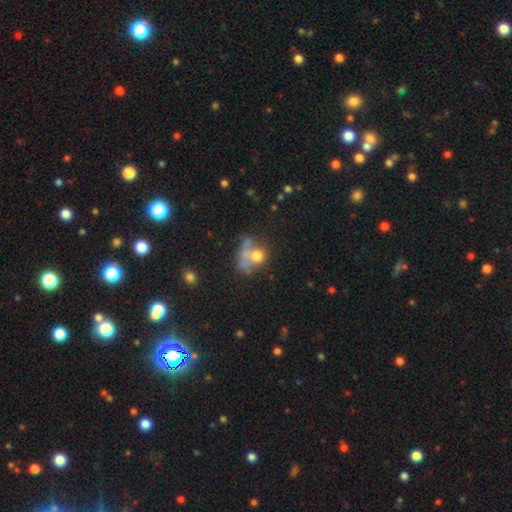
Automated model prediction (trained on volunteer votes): Smooth or featured: smooth — 56% (featured or disk — 28%)
How rounded: round — 55% (in between — 43%)
Merging: merger — 37% (none — 27%)